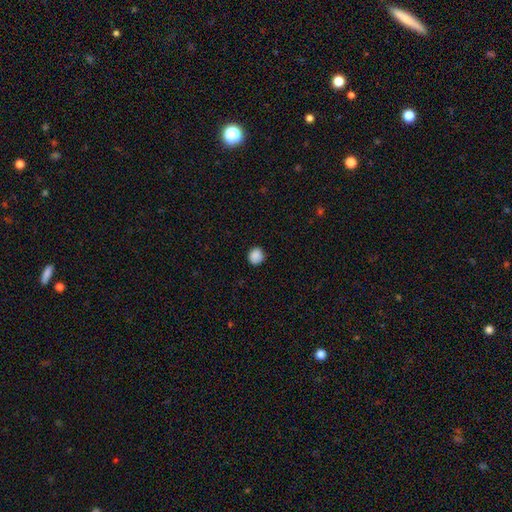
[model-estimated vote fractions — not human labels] smooth 88%, star or artifact 9%, featured or disk 3%. Down the decision tree: how rounded — round (86%); merging — none (86%).